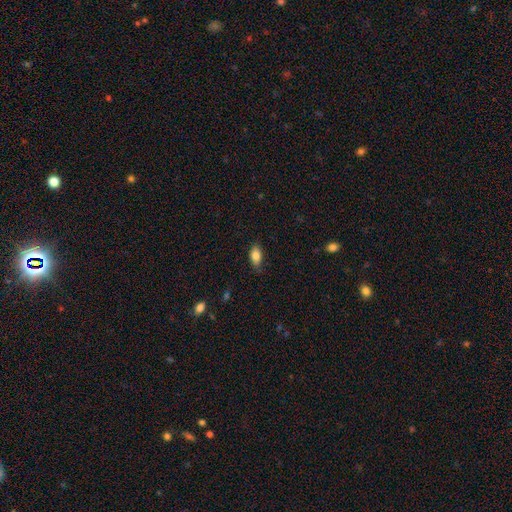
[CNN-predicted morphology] type=smooth (83%); roundness=in between (90%); merging=none (79%).